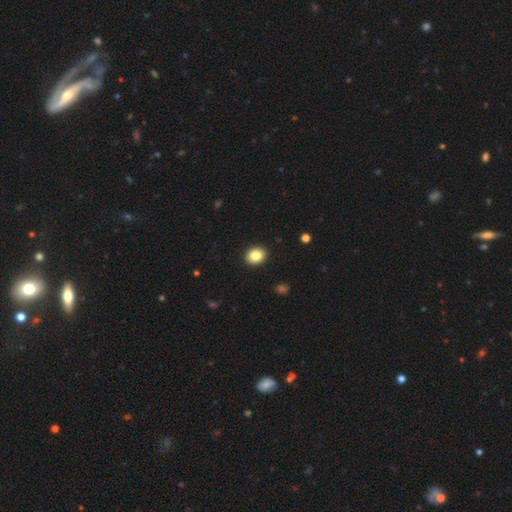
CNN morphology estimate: Overall: smooth (85%). How rounded: round (50%, tied with in between). Merging: none (91%).